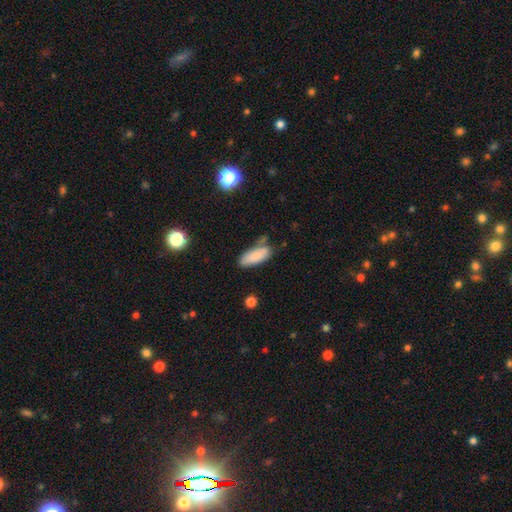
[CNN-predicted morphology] smooth-or-featured: smooth: 83% | featured or disk: 9% | star or artifact: 7%
  how-rounded: in between: 76% | cigar-shaped: 22% | round: 2%
  merging: none: 59% | minor disturbance: 27% | merger: 8% | major disturbance: 7%